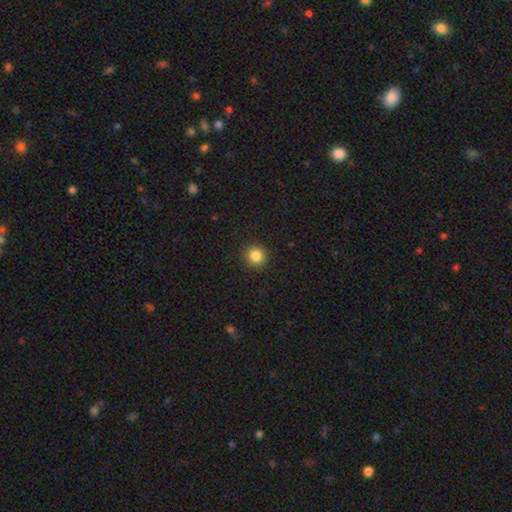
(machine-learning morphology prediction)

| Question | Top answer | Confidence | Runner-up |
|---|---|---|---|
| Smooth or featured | smooth | 85% | star or artifact (11%) |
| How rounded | round | 94% | in between (5%) |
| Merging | none | 92% | minor disturbance (5%) |